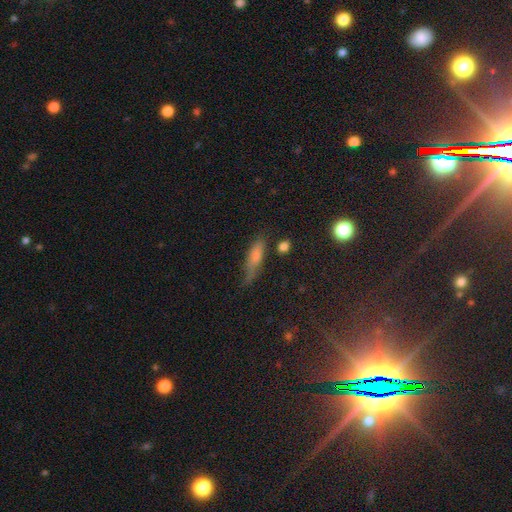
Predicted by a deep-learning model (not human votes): Smooth or featured? smooth (62%)
How rounded? cigar-shaped (70%)
Merging? none (63%)